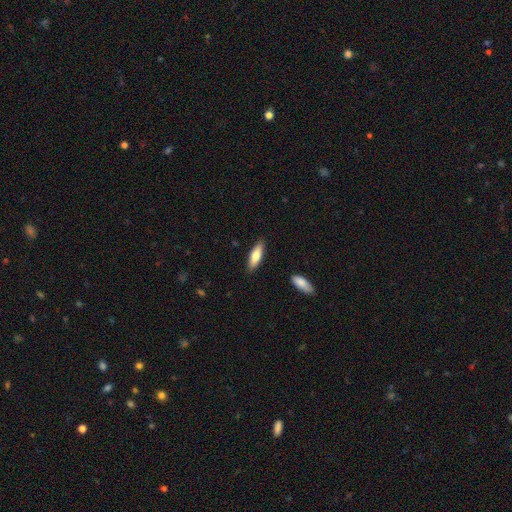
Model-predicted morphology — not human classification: smooth-or-featured: smooth: 75% | featured or disk: 20% | star or artifact: 6%
  how-rounded: in between: 51% | cigar-shaped: 48% | round: 2%
  merging: none: 87% | minor disturbance: 9% | major disturbance: 2% | merger: 2%